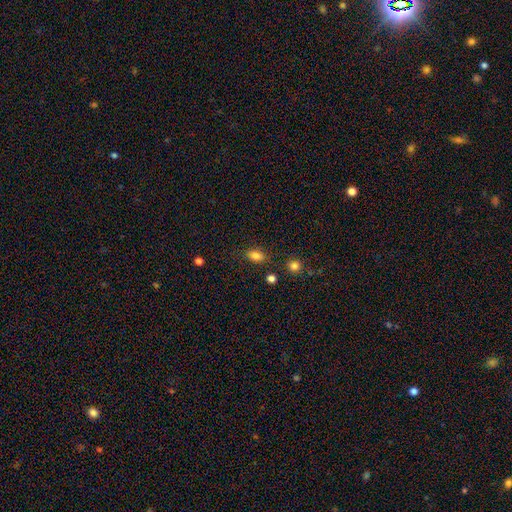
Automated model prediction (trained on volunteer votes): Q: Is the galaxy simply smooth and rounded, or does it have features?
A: smooth — 84%.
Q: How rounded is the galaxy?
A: in between — 83%.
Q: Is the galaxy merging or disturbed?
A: none — 79%.